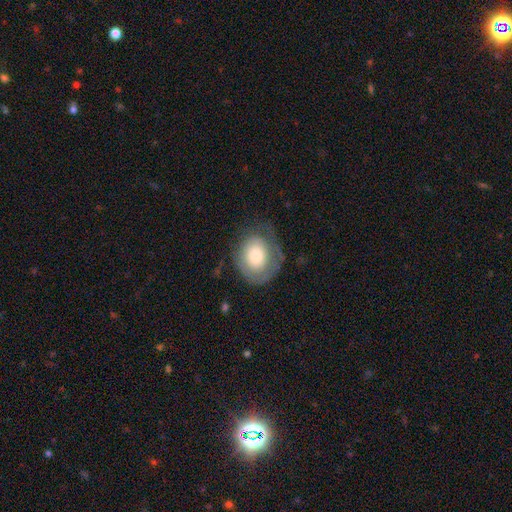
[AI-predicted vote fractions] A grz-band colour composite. It shows a smooth galaxy with no disk features (57%) that is round (57%). Merging: none (55%).